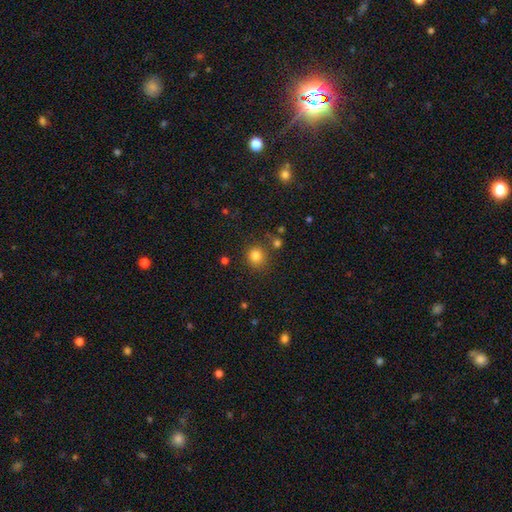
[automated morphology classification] smooth_or_featured: smooth (p=0.81) [alt: star or artifact p=0.13]
how_rounded: round (p=0.89) [alt: in between p=0.10]
merging: none (p=0.79) [alt: minor disturbance p=0.10]